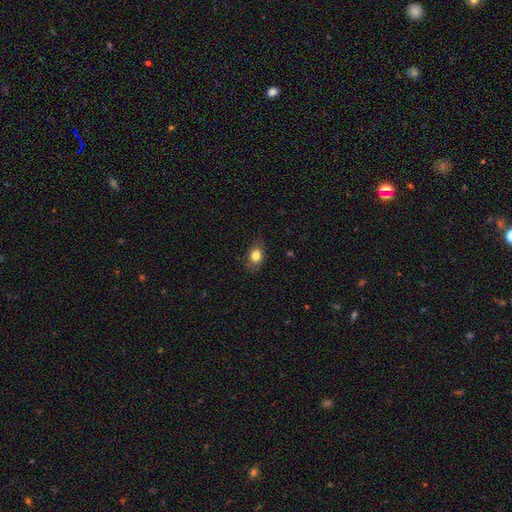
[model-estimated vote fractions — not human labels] smooth_or_featured: smooth (p=0.80) [alt: featured or disk p=0.10]
how_rounded: in between (p=0.66) [alt: round p=0.32]
merging: none (p=0.76) [alt: minor disturbance p=0.18]